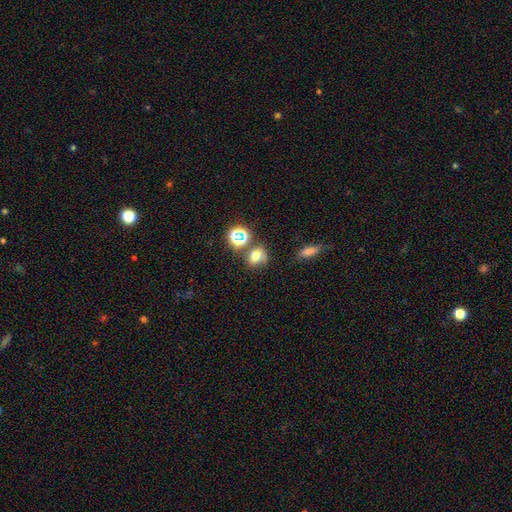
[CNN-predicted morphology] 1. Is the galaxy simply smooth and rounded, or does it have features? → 68% smooth, 19% star or artifact, 13% featured or disk.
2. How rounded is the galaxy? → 55% round, 44% in between, 2% cigar-shaped.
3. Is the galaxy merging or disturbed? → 59% none, 17% merger, 17% minor disturbance, 7% major disturbance.